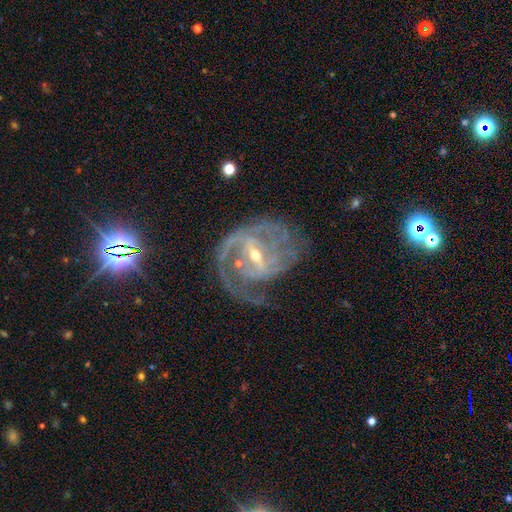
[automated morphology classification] Q: Smooth or featured?
A: featured or disk (90%); runner-up: star or artifact (6%)
Q: Edge-on disk?
A: no (97%); runner-up: yes (3%)
Q: Bar?
A: strong (51%); runner-up: weak (39%)
Q: Spiral arms?
A: yes (96%); runner-up: no (4%)
Q: Spiral winding?
A: medium (44%); runner-up: tight (43%)
Q: Spiral arm count?
A: 2 (39%); runner-up: 3 (21%)
Q: Bulge size?
A: small (63%); runner-up: moderate (34%)
Q: Merging?
A: none (53%); runner-up: major disturbance (23%)